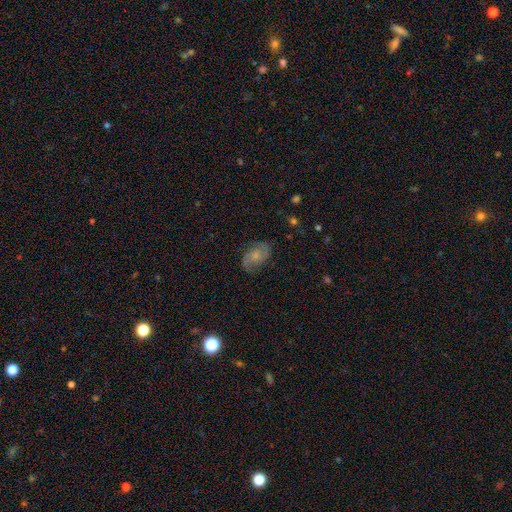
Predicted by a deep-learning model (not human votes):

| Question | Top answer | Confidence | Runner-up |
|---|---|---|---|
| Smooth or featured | featured or disk | 52% | smooth (39%) |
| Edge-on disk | no | 96% | yes (4%) |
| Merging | none | 75% | minor disturbance (18%) |